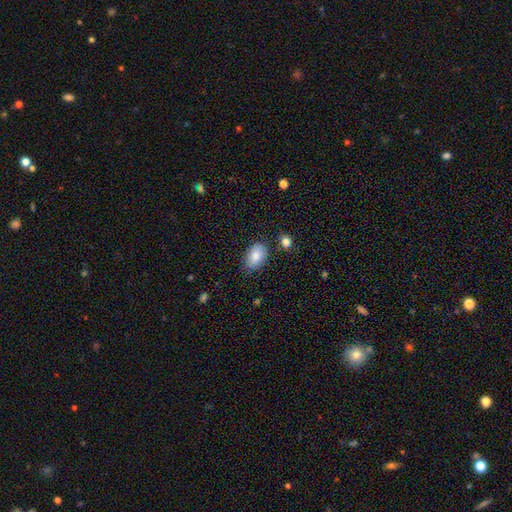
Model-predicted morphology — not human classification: Smooth or featured?
  - smooth: 83% *
  - featured or disk: 10%
  - star or artifact: 7%
How rounded?
  - in between: 90% *
  - round: 9%
  - cigar-shaped: 1%
Merging?
  - none: 78% *
  - minor disturbance: 16%
  - major disturbance: 3%
  - merger: 3%